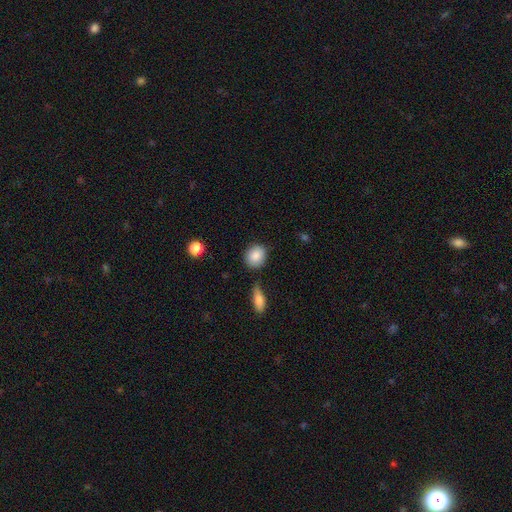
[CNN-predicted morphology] This is clearly a smooth galaxy (87%). How rounded: likely round (73%). Merging: clearly none (80%).